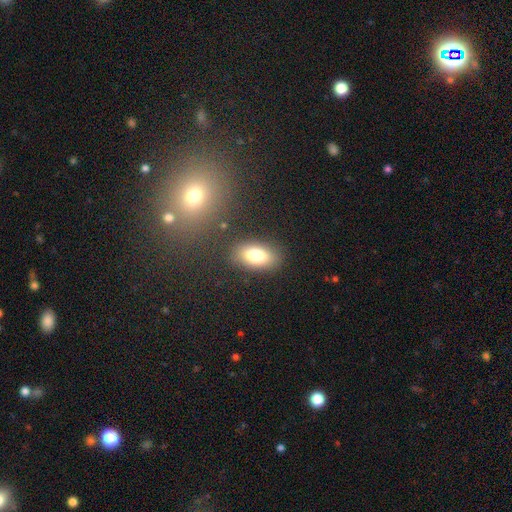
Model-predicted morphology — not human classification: Smooth or featured?
  - smooth: 79% *
  - featured or disk: 12%
  - star or artifact: 9%
How rounded?
  - in between: 89% *
  - round: 7%
  - cigar-shaped: 4%
Merging?
  - none: 84% *
  - minor disturbance: 10%
  - major disturbance: 4%
  - merger: 3%